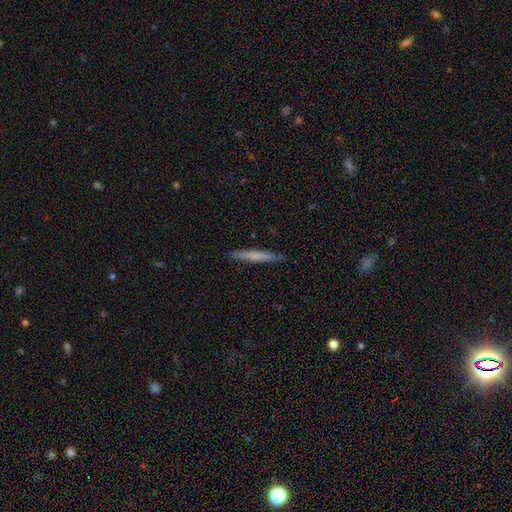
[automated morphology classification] Smooth or featured? Predicted: smooth (p=0.63). How rounded? Predicted: cigar-shaped (p=0.96). Merging? Predicted: none (p=0.87).